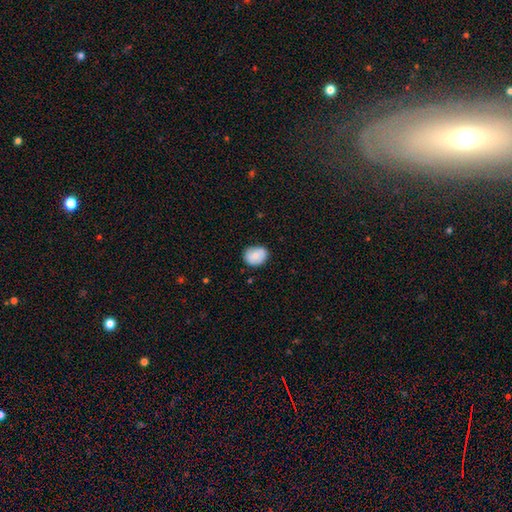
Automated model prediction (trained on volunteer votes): smooth 66%, featured or disk 26%, star or artifact 7%. Down the decision tree: how rounded — round (56%); merging — none (75%).